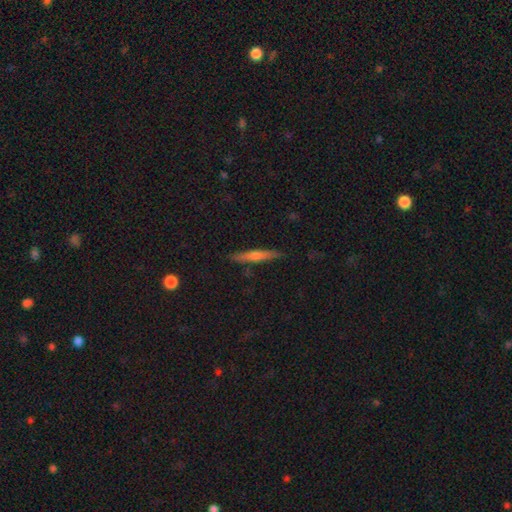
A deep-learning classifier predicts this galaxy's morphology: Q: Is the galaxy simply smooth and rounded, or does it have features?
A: featured or disk — 51%.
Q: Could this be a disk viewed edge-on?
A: yes — 95%.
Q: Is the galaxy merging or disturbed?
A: none — 88%.